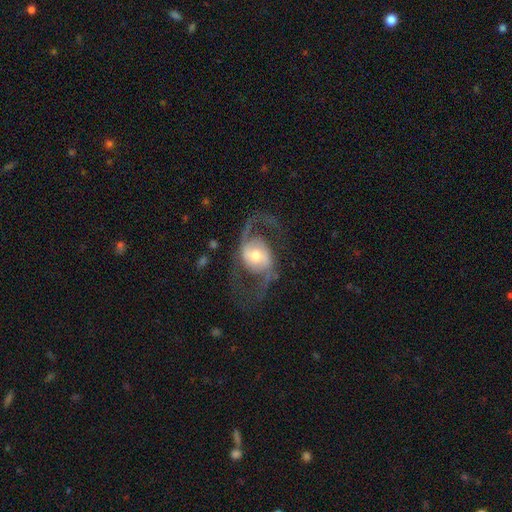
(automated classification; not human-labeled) A featured or disk galaxy (85%) with no bar (48%), 2 (92%) loose (50%) spiral arms (92%) and a moderate central bulge (64%). Merging: none (67%).